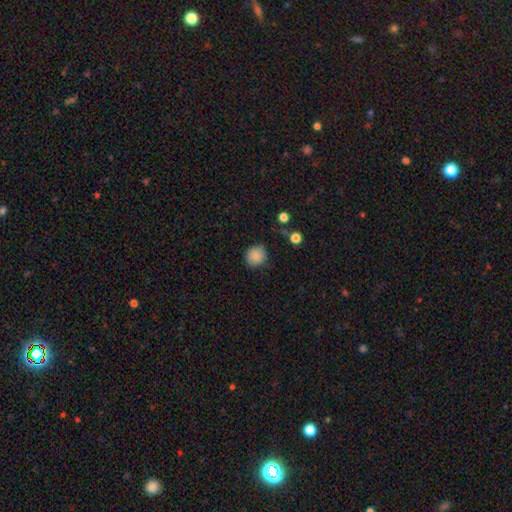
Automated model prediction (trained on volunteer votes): Smooth or featured? smooth (87%)
How rounded? round (87%)
Merging? none (84%)